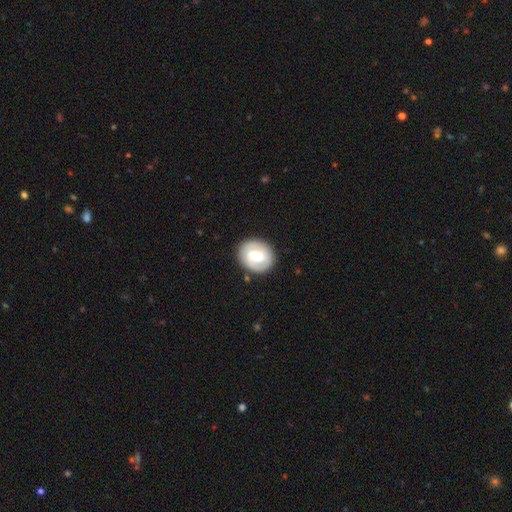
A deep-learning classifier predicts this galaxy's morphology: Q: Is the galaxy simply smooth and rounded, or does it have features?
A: smooth — 48%.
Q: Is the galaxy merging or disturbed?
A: none — 86%.